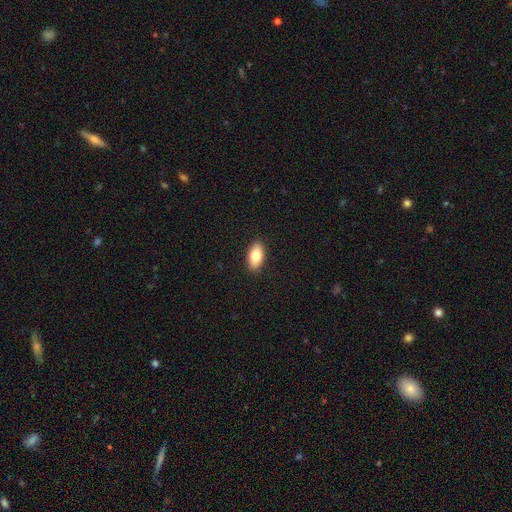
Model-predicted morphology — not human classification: Smooth or featured?
  - smooth: 81% *
  - featured or disk: 12%
  - star or artifact: 7%
How rounded?
  - in between: 92% *
  - cigar-shaped: 4%
  - round: 4%
Merging?
  - none: 90% *
  - minor disturbance: 7%
  - major disturbance: 2%
  - merger: 1%